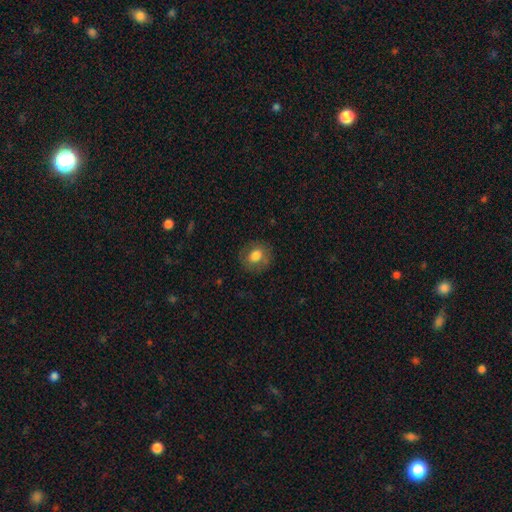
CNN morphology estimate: Smooth or featured: smooth — 75% (featured or disk — 16%)
How rounded: round — 65% (in between — 33%)
Merging: none — 83% (minor disturbance — 12%)